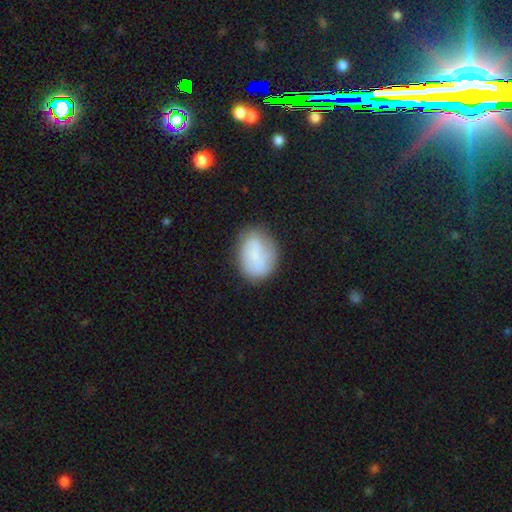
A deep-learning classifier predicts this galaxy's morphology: This appears to be a smooth galaxy with no disk features (73%) that is in between round and cigar-shaped (73%). Merging: none (67%).